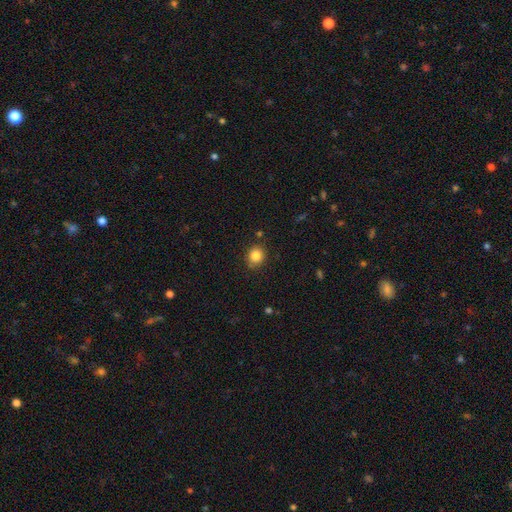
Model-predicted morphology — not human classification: Smooth or featured?
  - smooth: 84% *
  - star or artifact: 11%
  - featured or disk: 5%
How rounded?
  - round: 78% *
  - in between: 21%
  - cigar-shaped: 1%
Merging?
  - none: 84% *
  - minor disturbance: 11%
  - major disturbance: 3%
  - merger: 2%